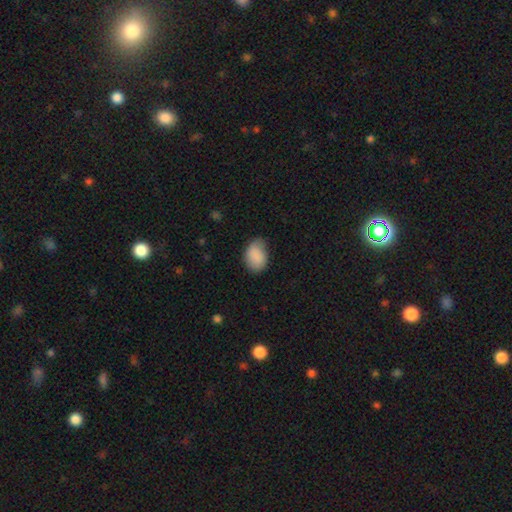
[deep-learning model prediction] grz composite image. It shows a smooth galaxy with no disk features (88%) that is in between round and cigar-shaped (83%). Merging: none (65%).